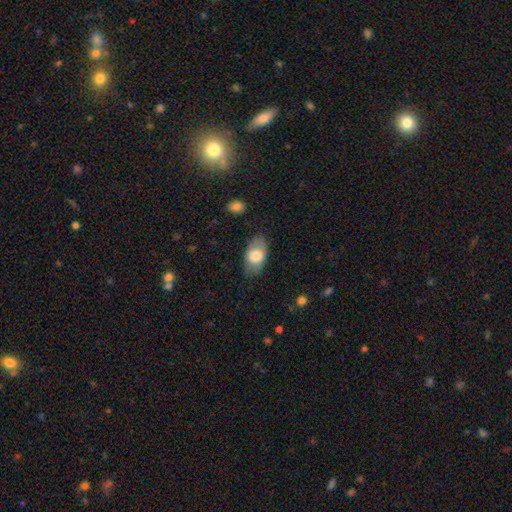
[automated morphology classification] type=smooth (73%); roundness=in between (92%); merging=none (78%).